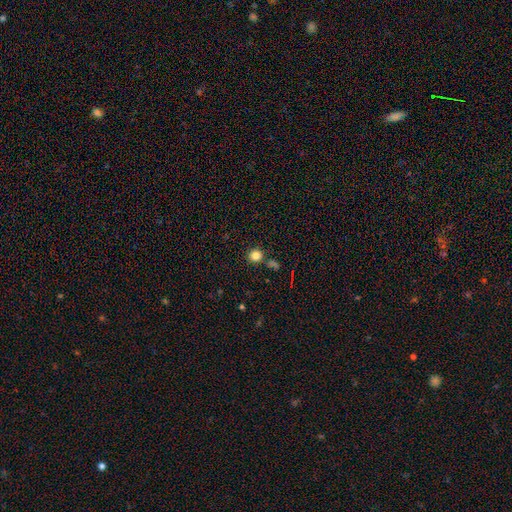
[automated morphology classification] Q: Smooth or featured?
A: smooth (83%); runner-up: star or artifact (12%)
Q: How rounded?
A: round (90%); runner-up: in between (9%)
Q: Merging?
A: none (80%); runner-up: minor disturbance (9%)